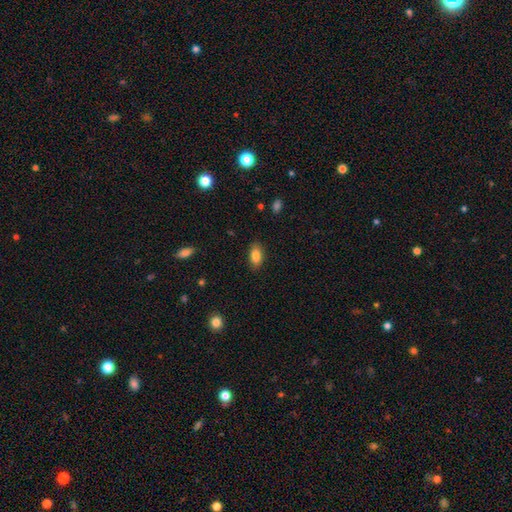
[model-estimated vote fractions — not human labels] Morphology: type=smooth (85%); roundness=in between (90%); merging=none (85%).